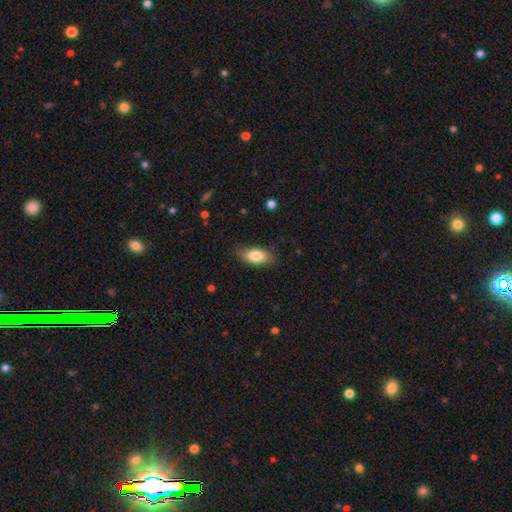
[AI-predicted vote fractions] Smooth or featured? Predicted: smooth (p=0.81). How rounded? Predicted: in between (p=0.87). Merging? Predicted: none (p=0.82).